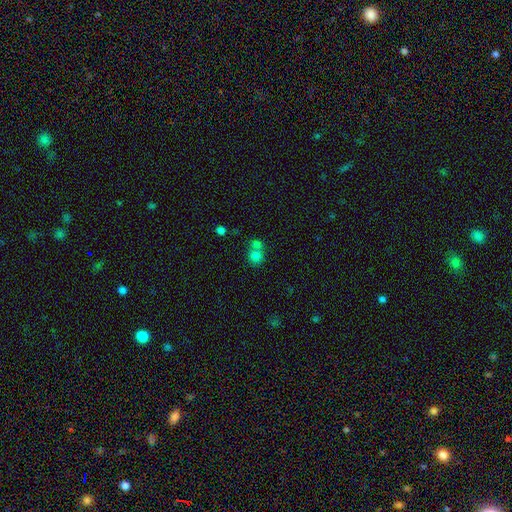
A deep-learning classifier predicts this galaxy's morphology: A smooth galaxy with no disk features (77%) that is round (79%).

Vote fractions:
- Smooth or featured? smooth: 77% / star or artifact: 14% / featured or disk: 9%
- How rounded? round: 79% / in between: 20% / cigar-shaped: 1%
- Merging? merger: 50% / none: 40% / minor disturbance: 7% / major disturbance: 3%